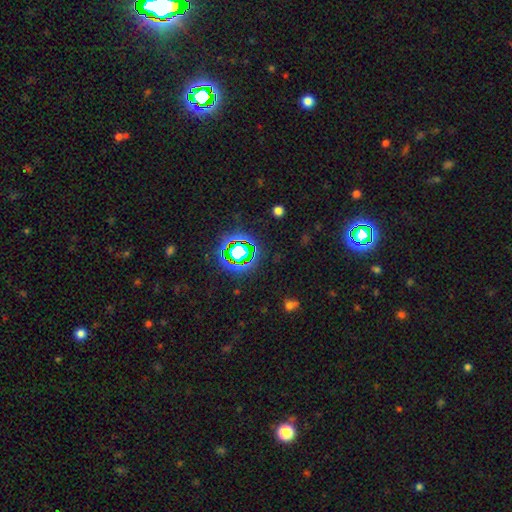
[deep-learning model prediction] Q: Smooth or featured?
A: star or artifact (78%); runner-up: smooth (14%)